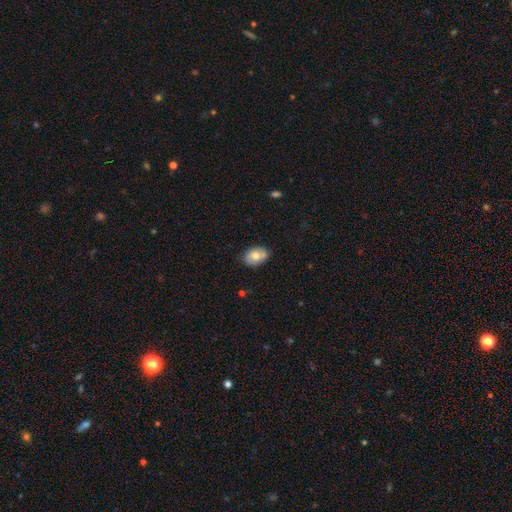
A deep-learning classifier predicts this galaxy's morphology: smooth-or-featured: smooth: 69% | featured or disk: 24% | star or artifact: 7%
  how-rounded: in between: 80% | round: 19% | cigar-shaped: 1%
  merging: none: 76% | minor disturbance: 18% | major disturbance: 3% | merger: 3%